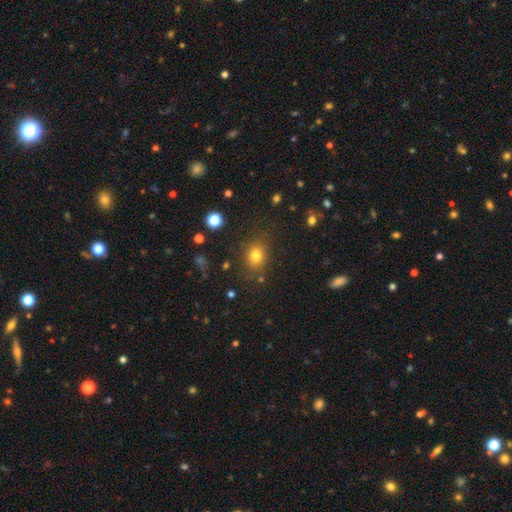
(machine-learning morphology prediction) This is likely a smooth galaxy (78%). How rounded: possibly round (51%). Merging: likely none (79%).